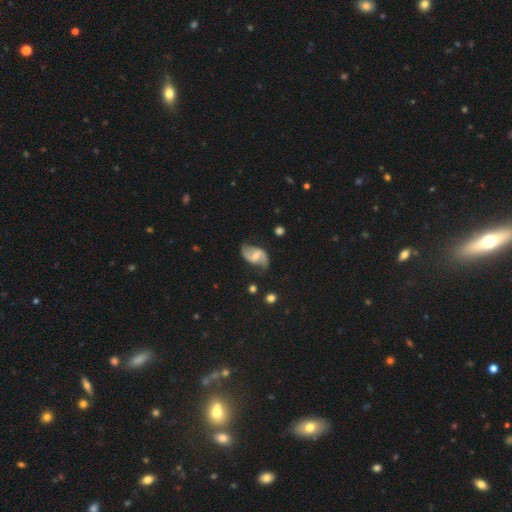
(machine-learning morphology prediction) This appears to be a featured or disk galaxy (83%) with a weak bar (50%), 2 (92%) loose (56%) spiral arms (95%) and a moderate central bulge (52%). Merging: none (75%).